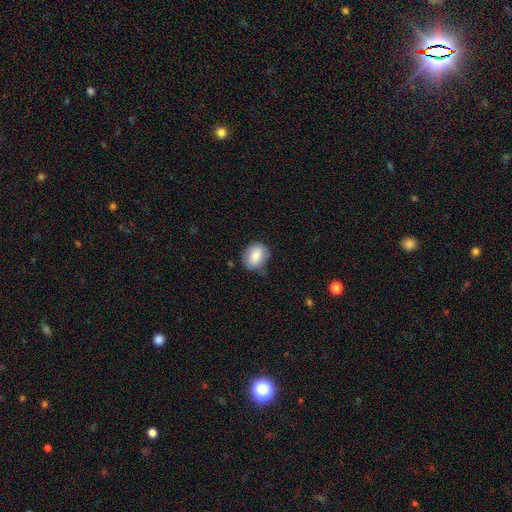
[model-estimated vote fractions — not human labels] The model was most divided on "how rounded": in between: 52%, round: 47%, cigar-shaped: 1%. More confident: smooth or featured — smooth (80%); merging — none (70%).